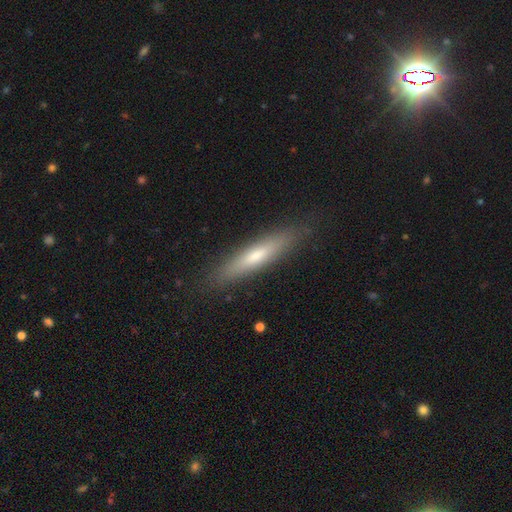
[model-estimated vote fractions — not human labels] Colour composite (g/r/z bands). It shows a smooth galaxy with no disk features (61%) that is cigar-shaped (85%). Merging: none (87%).